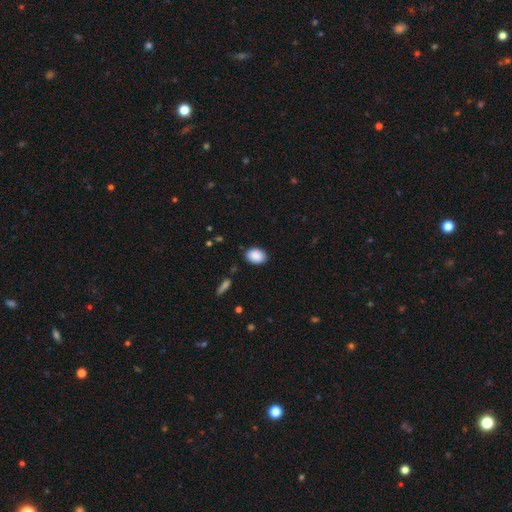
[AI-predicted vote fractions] A smooth galaxy with no disk features (89%) that is in between round and cigar-shaped (80%).

Vote fractions:
- Smooth or featured? smooth: 89% / star or artifact: 7% / featured or disk: 4%
- How rounded? in between: 80% / round: 19% / cigar-shaped: 1%
- Merging? none: 87% / minor disturbance: 10% / major disturbance: 2% / merger: 1%